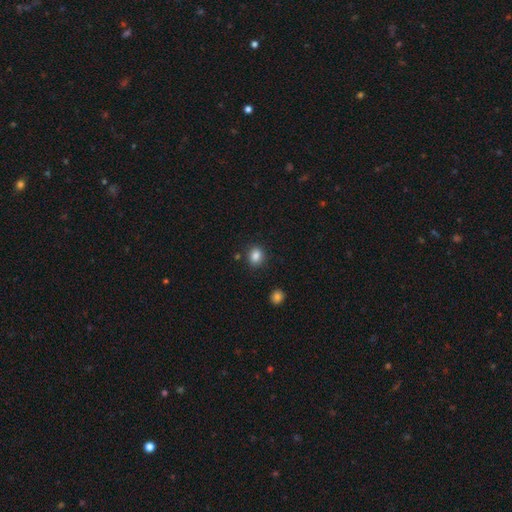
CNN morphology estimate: This is clearly a smooth galaxy (85%). How rounded: likely round (61%). Merging: clearly none (85%).